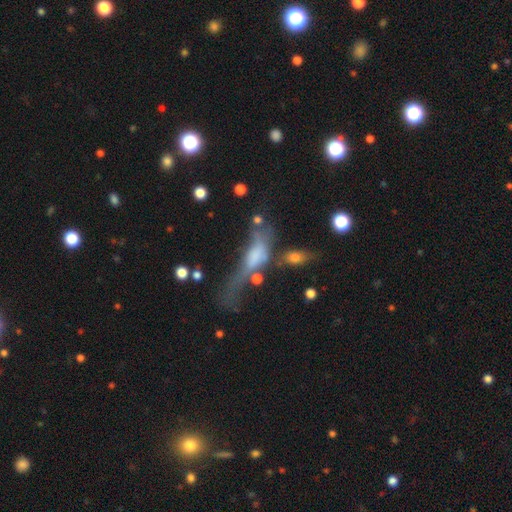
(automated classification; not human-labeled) smooth 45%, featured or disk 41%, star or artifact 13%. Down the decision tree: merging — major disturbance (46%).